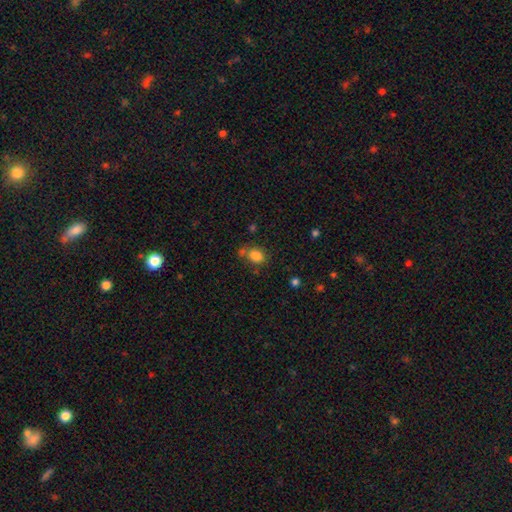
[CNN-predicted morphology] smooth_or_featured: smooth (p=0.83) [alt: star or artifact p=0.11]
how_rounded: in between (p=0.55) [alt: round p=0.44]
merging: none (p=0.62) [alt: merger p=0.17]